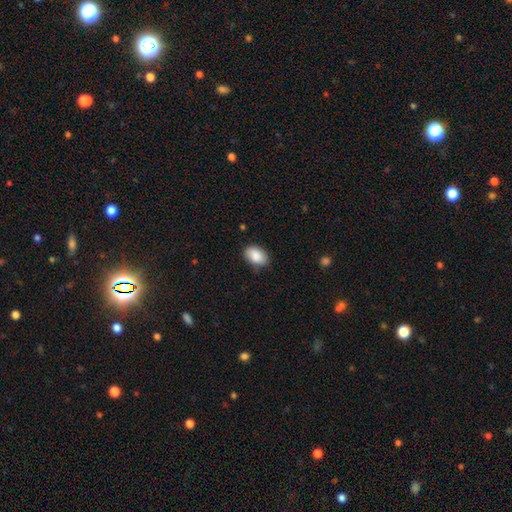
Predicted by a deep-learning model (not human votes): smooth-or-featured: smooth: 89% | star or artifact: 7% | featured or disk: 4%
  how-rounded: in between: 89% | round: 9% | cigar-shaped: 1%
  merging: none: 79% | minor disturbance: 17% | major disturbance: 3% | merger: 1%